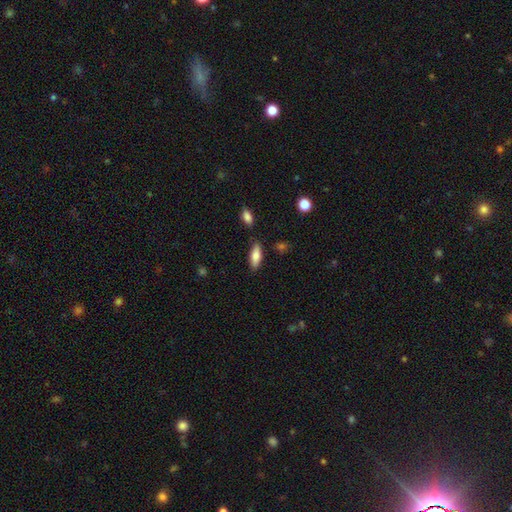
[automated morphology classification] type=smooth (79%); roundness=in between (69%); merging=none (80%).